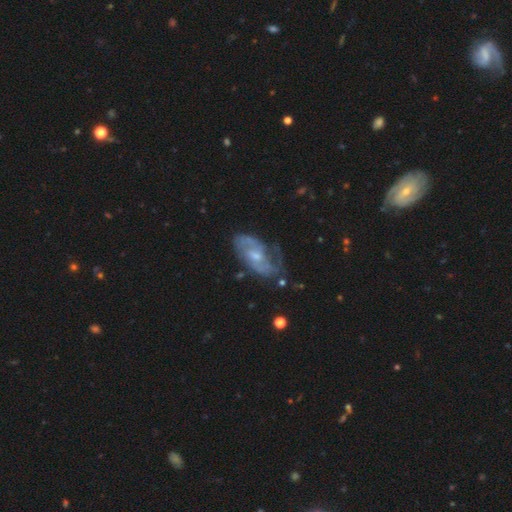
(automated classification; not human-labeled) Overall: featured or disk (80%). Edge-on disk: no (94%). Bar: weak (46%; no 45%). Spiral arms: yes (89%). Spiral arm count: 2 (67%). Spiral winding: medium (46%; tight 31%). Bulge size: small (52%; moderate 40%). Merging: none (60%; minor disturbance 25%).